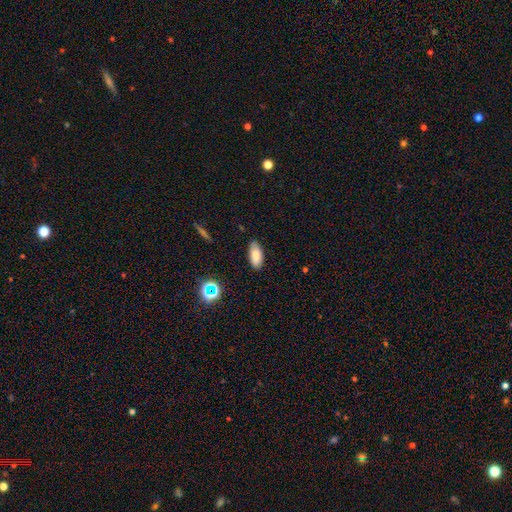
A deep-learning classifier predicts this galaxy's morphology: type=smooth (83%); roundness=in between (87%); merging=none (82%).